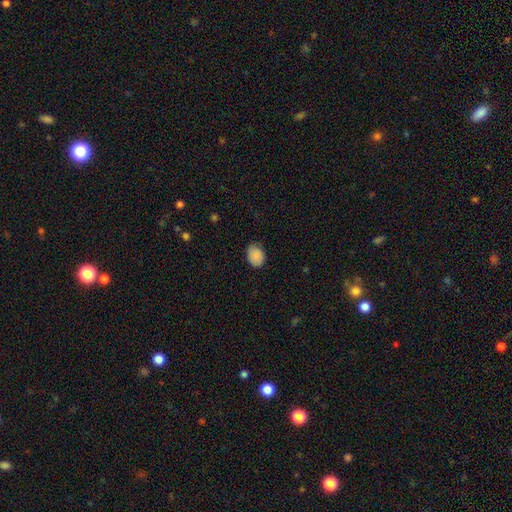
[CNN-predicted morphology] Smooth or featured?
  - smooth: 88% *
  - star or artifact: 8%
  - featured or disk: 5%
How rounded?
  - in between: 65% *
  - round: 35%
  - cigar-shaped: 1%
Merging?
  - none: 75% *
  - minor disturbance: 21%
  - major disturbance: 3%
  - merger: 1%